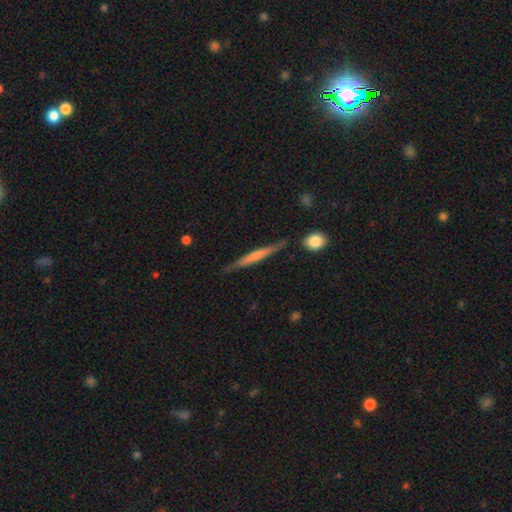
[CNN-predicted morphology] Smooth or featured: featured or disk — 50% (smooth — 44%)
Merging: none — 84% (minor disturbance — 11%)